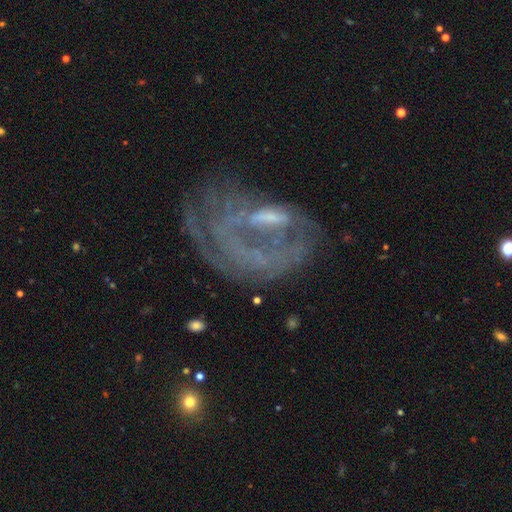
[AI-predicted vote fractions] Smooth or featured?
  - featured or disk: 71% *
  - smooth: 17%
  - star or artifact: 12%
Edge-on disk?
  - no: 96% *
  - yes: 4%
Bar?
  - no: 47% *
  - weak: 34%
  - strong: 19%
Spiral arms?
  - yes: 54% *
  - no: 46%
Bulge size?
  - none: 48% *
  - small: 27%
  - moderate: 20%
  - large: 3%
  - dominant: 1%
Merging?
  - major disturbance: 44% *
  - none: 31%
  - minor disturbance: 17%
  - merger: 8%